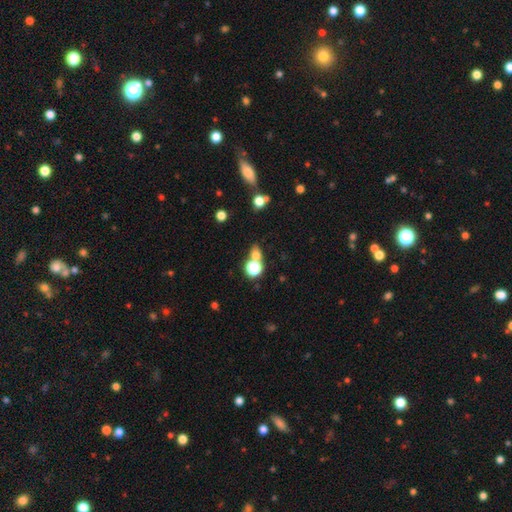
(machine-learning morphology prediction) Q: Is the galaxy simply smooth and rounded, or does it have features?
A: smooth — 65%.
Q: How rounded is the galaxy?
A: round — 59%.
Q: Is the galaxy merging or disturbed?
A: none — 54%.